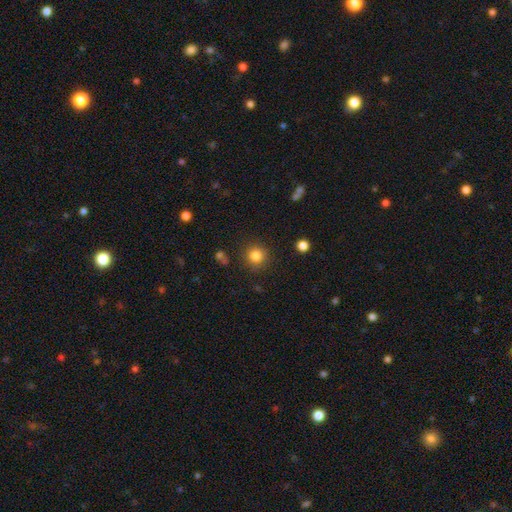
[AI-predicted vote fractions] Smooth or featured? smooth (83%)
How rounded? round (93%)
Merging? none (88%)